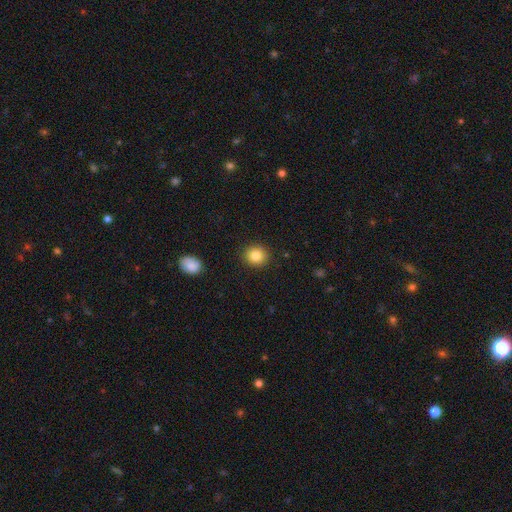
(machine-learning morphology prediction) smooth_or_featured: smooth (p=0.85) [alt: star or artifact p=0.10]
how_rounded: round (p=0.85) [alt: in between p=0.14]
merging: none (p=0.90) [alt: minor disturbance p=0.06]